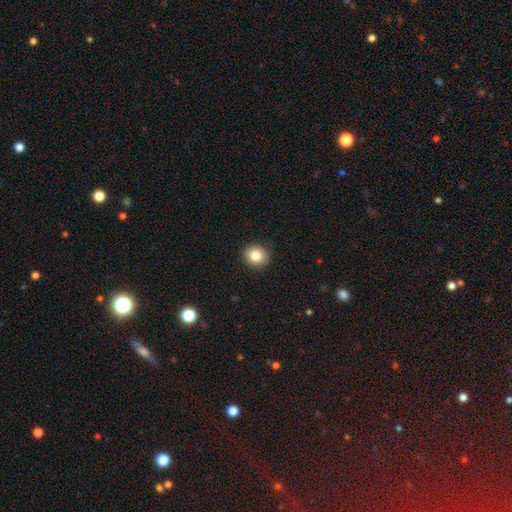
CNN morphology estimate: The model was most divided on "smooth or featured": smooth: 82%, star or artifact: 10%, featured or disk: 8%. More confident: merging — none (92%); how rounded — round (90%).